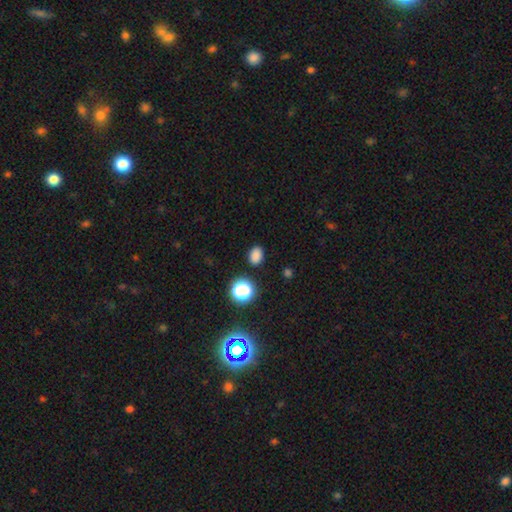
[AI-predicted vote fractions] smooth-or-featured: smooth: 82% | star or artifact: 15% | featured or disk: 4%
  how-rounded: in between: 67% | round: 32% | cigar-shaped: 1%
  merging: none: 87% | minor disturbance: 9% | major disturbance: 3% | merger: 2%